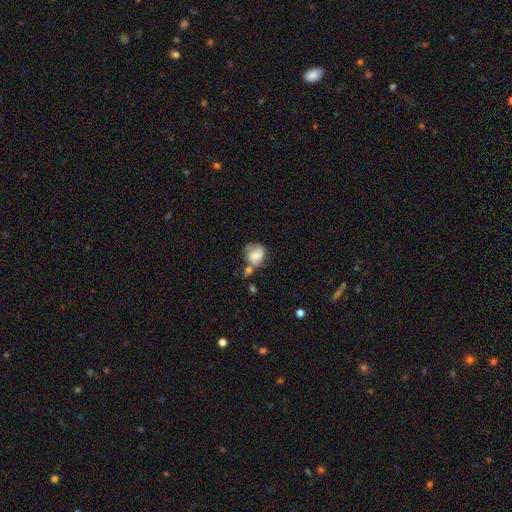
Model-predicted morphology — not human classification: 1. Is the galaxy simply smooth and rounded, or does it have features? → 53% smooth, 38% featured or disk, 9% star or artifact.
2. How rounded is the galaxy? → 60% round, 38% in between, 1% cigar-shaped.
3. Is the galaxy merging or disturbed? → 35% none, 30% merger, 23% minor disturbance, 12% major disturbance.